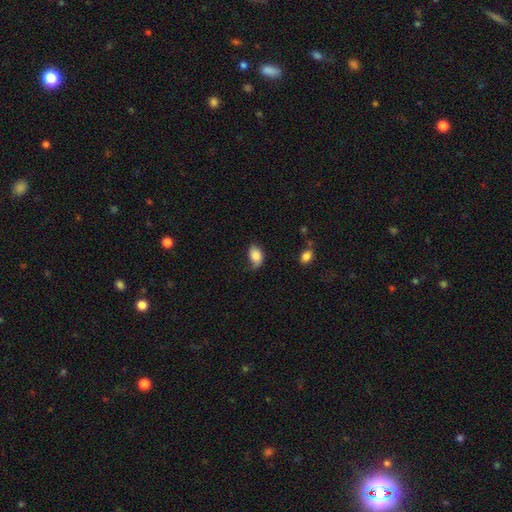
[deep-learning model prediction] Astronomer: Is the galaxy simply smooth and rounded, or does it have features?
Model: smooth — 80%.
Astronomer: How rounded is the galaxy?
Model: in between — 87%.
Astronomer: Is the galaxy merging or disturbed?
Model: none — 44% (runner-up: minor disturbance, 37%).